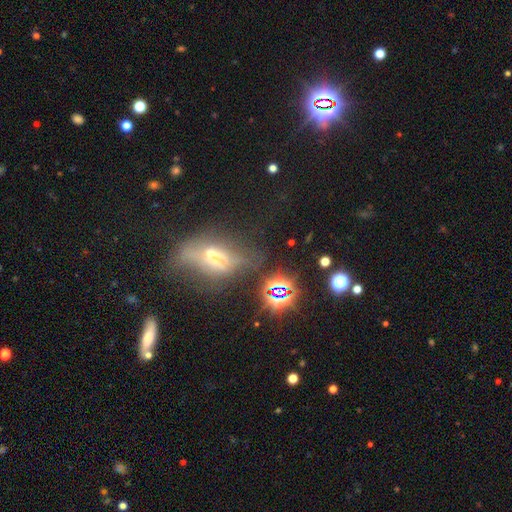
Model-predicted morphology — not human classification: A featured or disk galaxy (44%). Merging: none (50%).